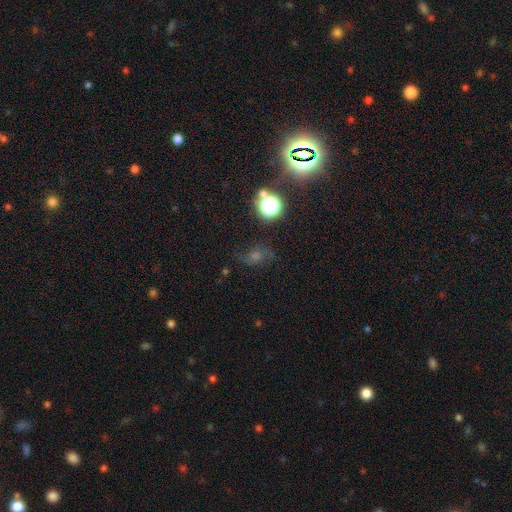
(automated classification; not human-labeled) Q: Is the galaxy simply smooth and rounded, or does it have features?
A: star or artifact — 40%.